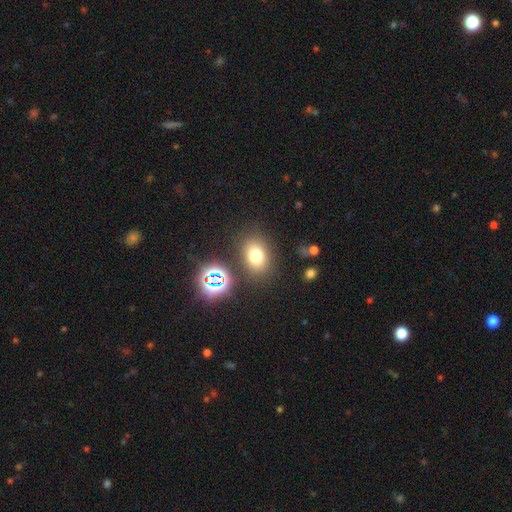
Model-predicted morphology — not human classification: A smooth galaxy with no disk features (72%) that is in between round and cigar-shaped (69%).

Vote fractions:
- Smooth or featured? smooth: 72% / star or artifact: 18% / featured or disk: 10%
- How rounded? in between: 69% / round: 30% / cigar-shaped: 1%
- Merging? none: 80% / minor disturbance: 11% / merger: 5% / major disturbance: 4%